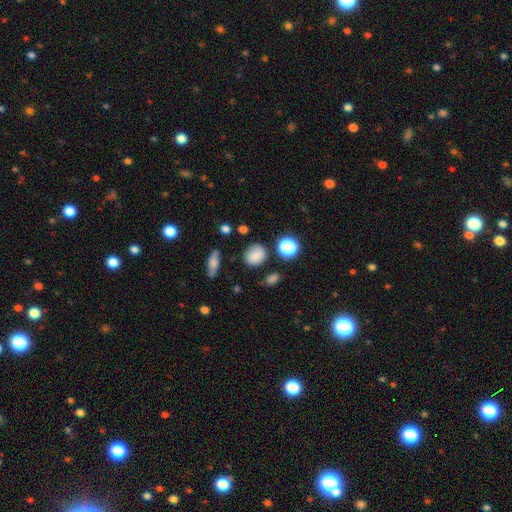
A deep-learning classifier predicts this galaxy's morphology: This is likely a smooth galaxy (78%). How rounded: likely round (67%). Merging: likely none (75%).